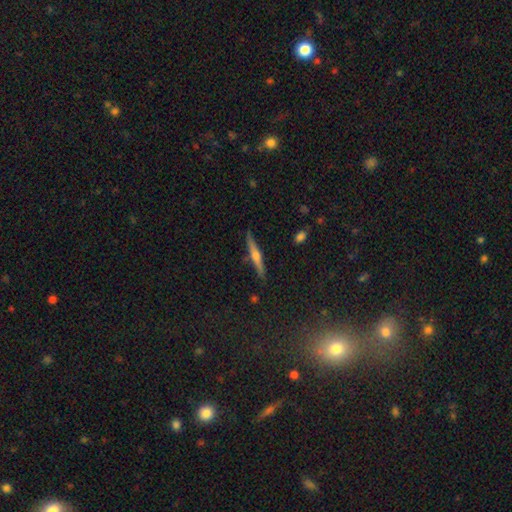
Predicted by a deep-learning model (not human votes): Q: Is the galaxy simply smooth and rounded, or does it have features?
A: featured or disk — 65%.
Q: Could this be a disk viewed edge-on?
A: yes — 97%.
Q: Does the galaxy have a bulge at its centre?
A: rounded — 87%.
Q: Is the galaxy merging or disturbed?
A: none — 86%.